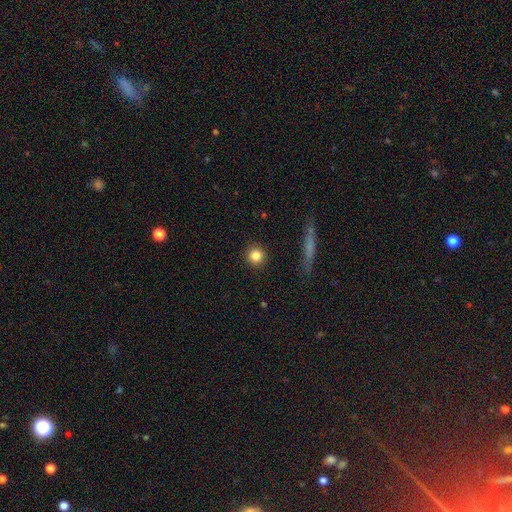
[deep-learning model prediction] Overall: smooth (83%). How rounded: round (93%). Merging: none (91%).